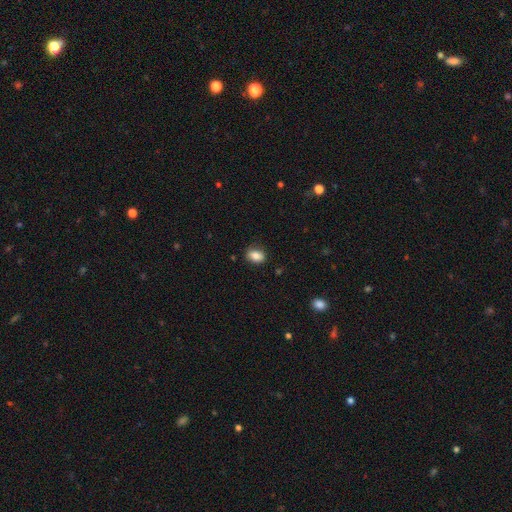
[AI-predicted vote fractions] Smooth or featured? Predicted: smooth (p=0.84). How rounded? Predicted: in between (p=0.76). Merging? Predicted: none (p=0.82).